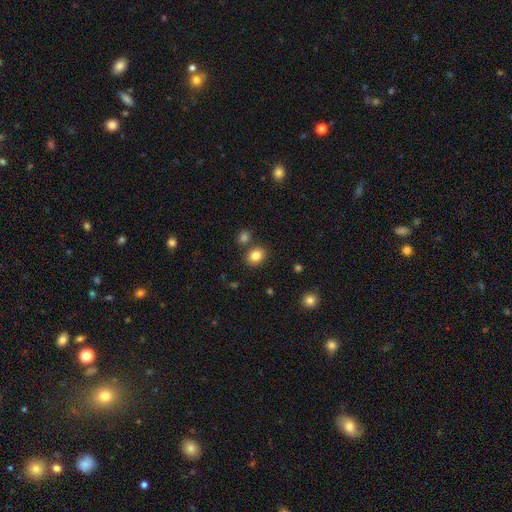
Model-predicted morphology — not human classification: Smooth or featured: smooth — 83% (star or artifact — 11%)
How rounded: round — 51% (in between — 48%)
Merging: none — 77% (minor disturbance — 10%)